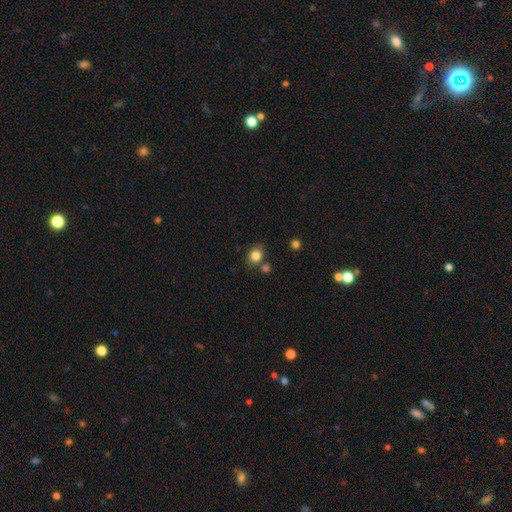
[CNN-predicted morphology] smooth_or_featured: smooth (p=0.83) [alt: star or artifact p=0.11]
how_rounded: round (p=0.54) [alt: in between p=0.45]
merging: none (p=0.71) [alt: minor disturbance p=0.13]